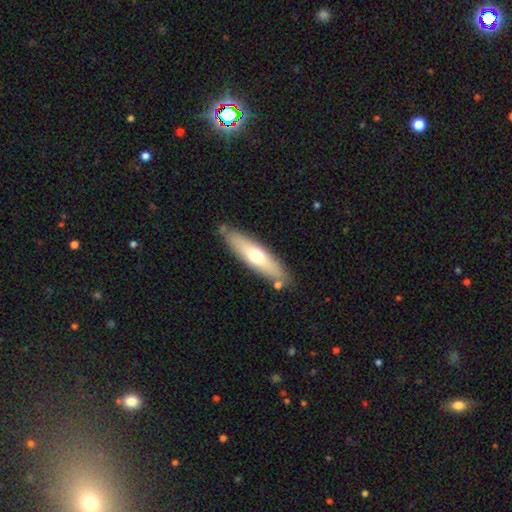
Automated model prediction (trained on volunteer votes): A smooth galaxy with no disk features (55%) that is cigar-shaped (71%).

Vote fractions:
- Smooth or featured? smooth: 55% / featured or disk: 39% / star or artifact: 5%
- How rounded? cigar-shaped: 71% / in between: 28% / round: 2%
- Merging? none: 81% / minor disturbance: 12% / merger: 5% / major disturbance: 3%